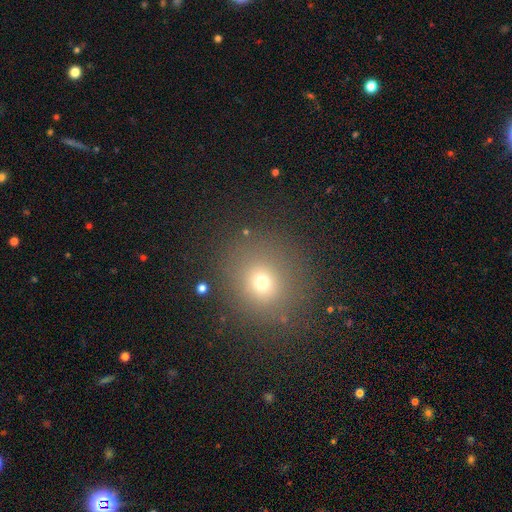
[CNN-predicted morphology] Q: Smooth or featured?
A: smooth (63%); runner-up: star or artifact (29%)
Q: How rounded?
A: round (86%); runner-up: in between (13%)
Q: Merging?
A: none (90%); runner-up: minor disturbance (6%)